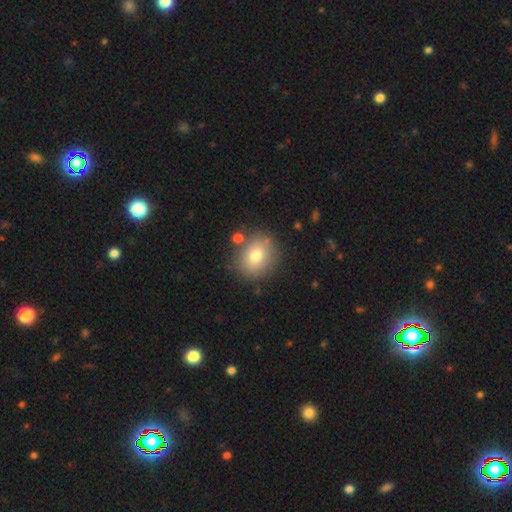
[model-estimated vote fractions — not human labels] Q: Smooth or featured?
A: smooth (76%); runner-up: featured or disk (13%)
Q: How rounded?
A: round (61%); runner-up: in between (38%)
Q: Merging?
A: none (80%); runner-up: minor disturbance (11%)